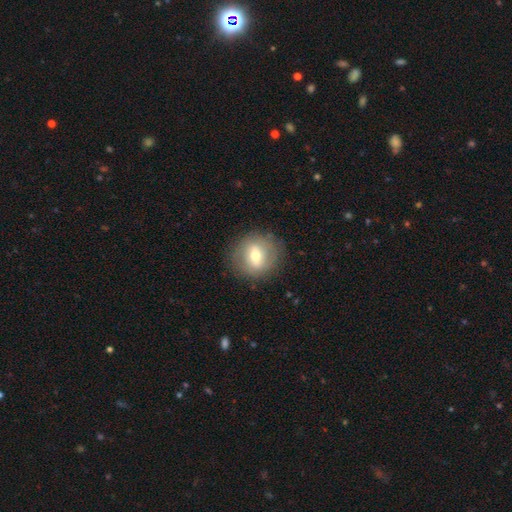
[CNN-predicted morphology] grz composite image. It shows a smooth galaxy with no disk features (54%) that is round (82%). Merging: none (84%).